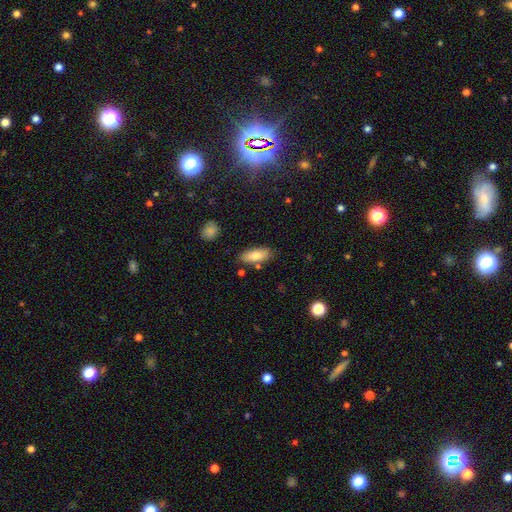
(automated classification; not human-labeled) This is likely a smooth galaxy (78%). How rounded: clearly in between (81%). Merging: likely none (79%).